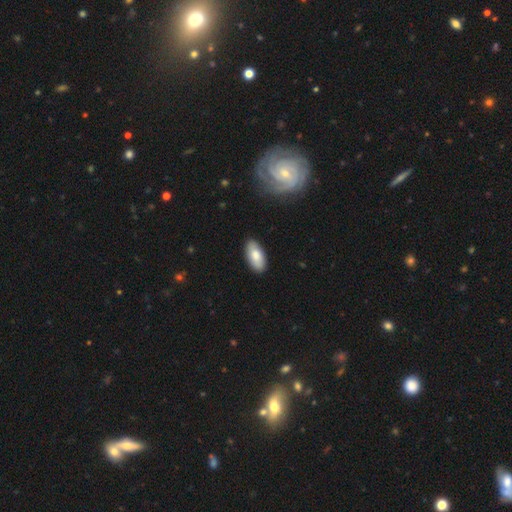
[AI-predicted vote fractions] Overall: smooth (81%). How rounded: in between (93%). Merging: none (88%).